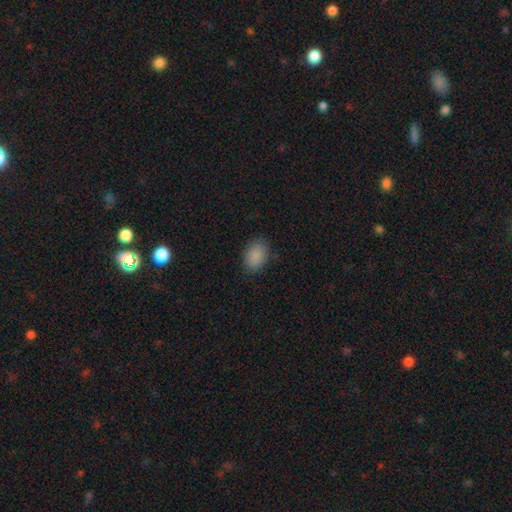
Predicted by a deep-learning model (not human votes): Overall: smooth (89%). How rounded: in between (80%). Merging: none (83%).